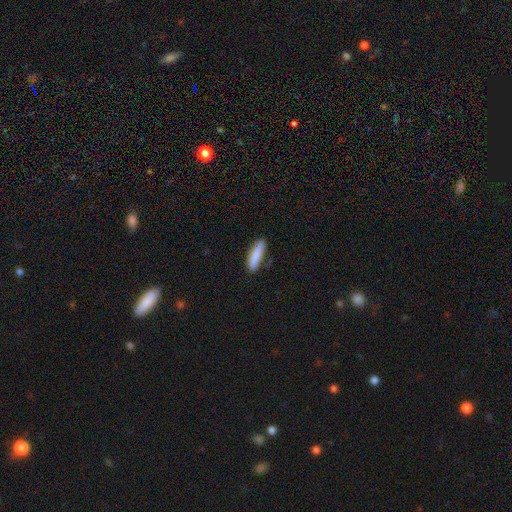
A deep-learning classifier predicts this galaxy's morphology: Overall: smooth (84%). How rounded: cigar-shaped (71%). Merging: none (79%).